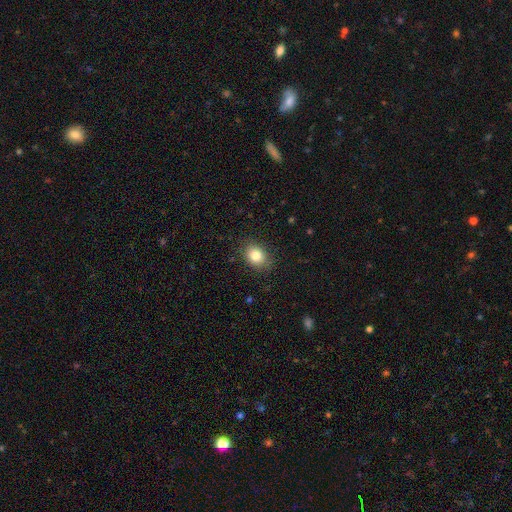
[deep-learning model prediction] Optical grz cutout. It shows a smooth galaxy with no disk features (83%) that is in between round and cigar-shaped (54%). Merging: none (83%).